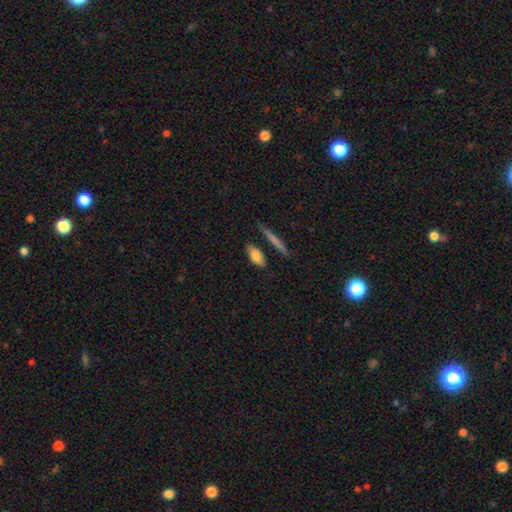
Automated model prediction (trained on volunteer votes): The model was most divided on "how rounded": in between: 73%, cigar-shaped: 23%, round: 4%. More confident: smooth or featured — smooth (77%); merging — none (72%).